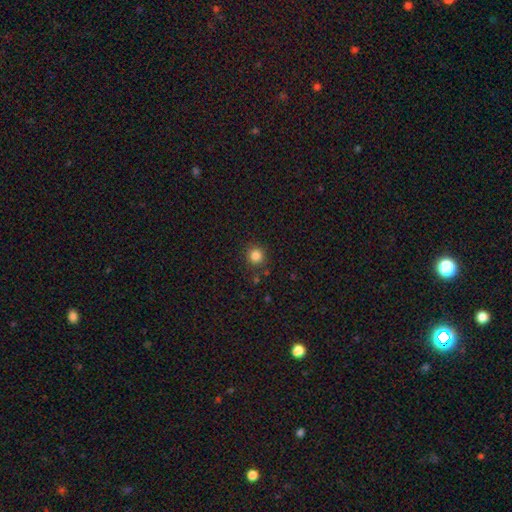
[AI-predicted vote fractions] This appears to be a smooth galaxy with no disk features (84%) that is round (92%). Merging: none (87%).